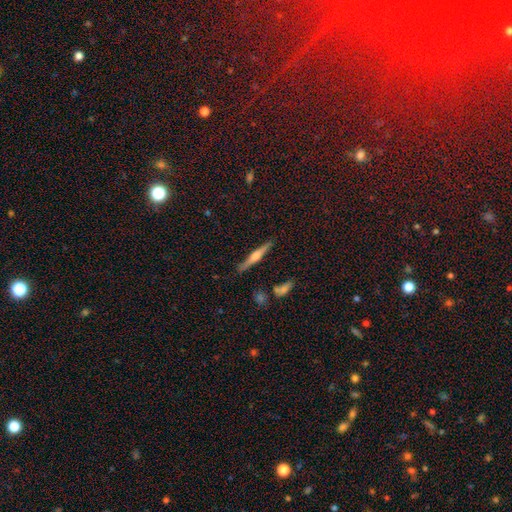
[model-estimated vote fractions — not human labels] The model was most divided on "smooth or featured": featured or disk: 72%, smooth: 21%, star or artifact: 7%. More confident: edge-on disk — yes (98%); merging — none (89%); edge-on bulge — rounded (86%).